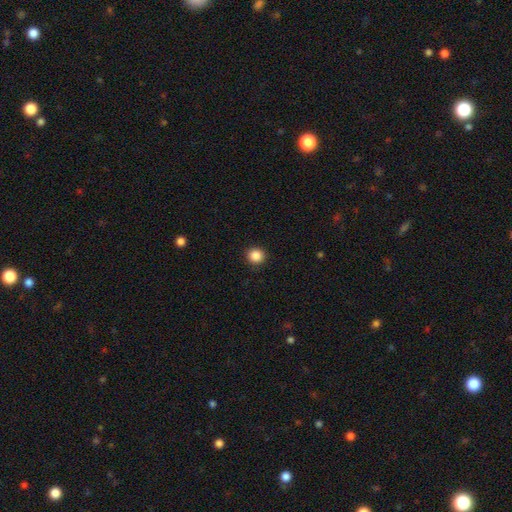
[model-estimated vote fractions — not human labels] Morphology: type=smooth (87%); roundness=round (93%); merging=none (92%).